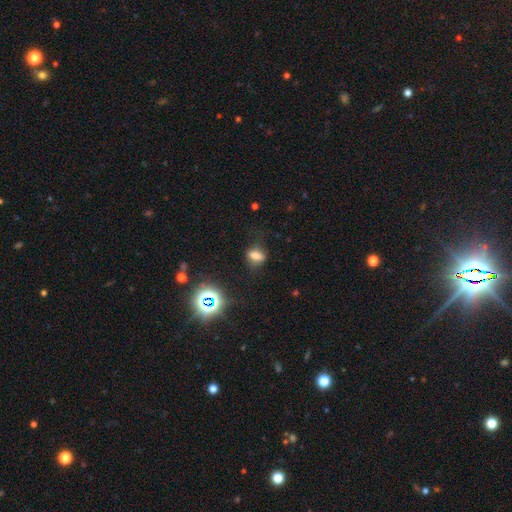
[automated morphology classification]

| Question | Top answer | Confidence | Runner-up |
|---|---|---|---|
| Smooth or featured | smooth | 64% | star or artifact (21%) |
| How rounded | in between | 73% | round (19%) |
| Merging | none | 70% | minor disturbance (19%) |